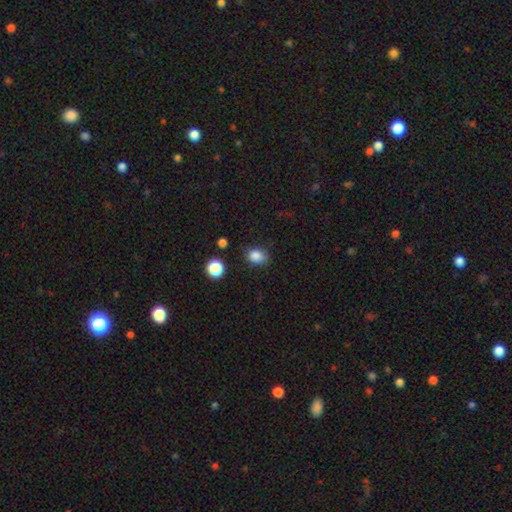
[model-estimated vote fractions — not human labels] Smooth or featured?
  - smooth: 84% *
  - star or artifact: 12%
  - featured or disk: 5%
How rounded?
  - in between: 57% *
  - round: 42%
  - cigar-shaped: 1%
Merging?
  - none: 74% *
  - minor disturbance: 19%
  - major disturbance: 4%
  - merger: 3%